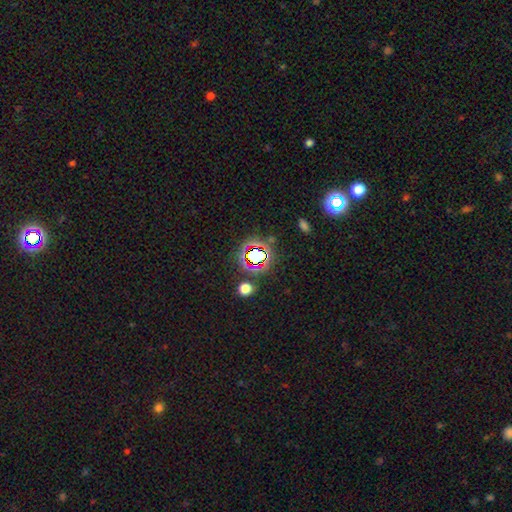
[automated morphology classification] Smooth or featured?
  - star or artifact: 64% *
  - smooth: 25%
  - featured or disk: 11%